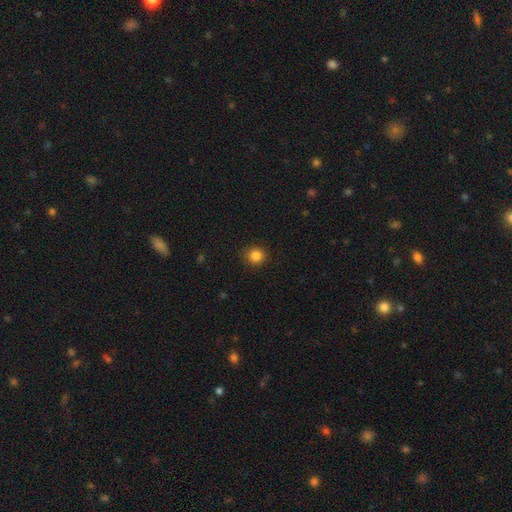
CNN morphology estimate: A smooth galaxy with no disk features (85%) that is round (89%). Merging: none (91%).